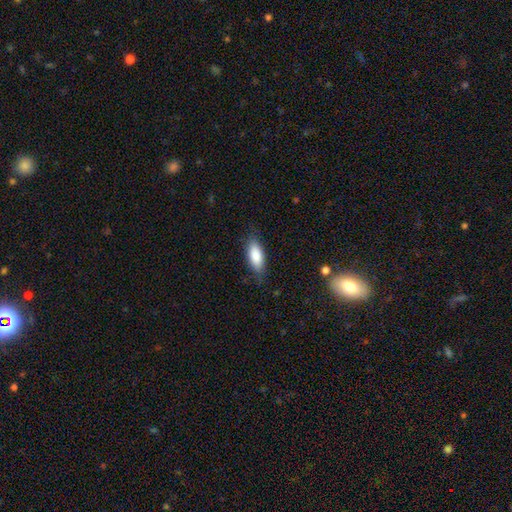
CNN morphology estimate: Smooth or featured?
  - smooth: 83% *
  - featured or disk: 11%
  - star or artifact: 6%
How rounded?
  - in between: 79% *
  - cigar-shaped: 19%
  - round: 2%
Merging?
  - none: 78% *
  - minor disturbance: 17%
  - major disturbance: 4%
  - merger: 1%